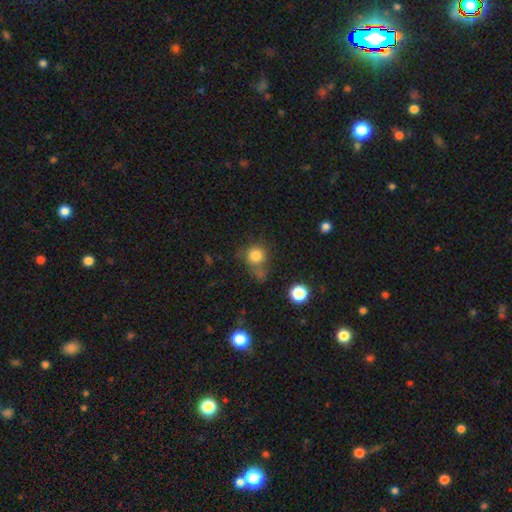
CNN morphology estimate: Overall: smooth (81%). How rounded: round (89%). Merging: none (57%; merger 17%).